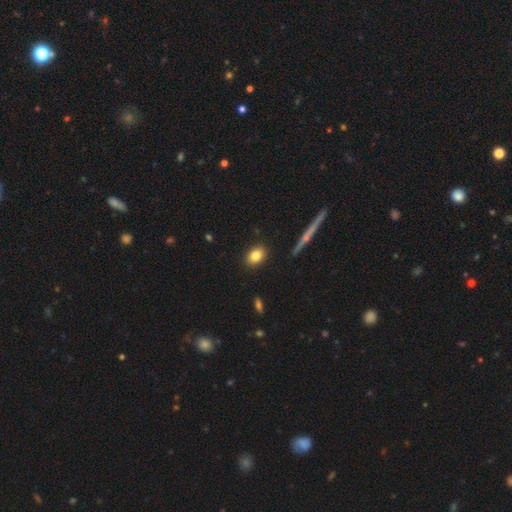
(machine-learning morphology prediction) Smooth or featured?
  - smooth: 82% *
  - featured or disk: 10%
  - star or artifact: 8%
How rounded?
  - in between: 68% *
  - round: 29%
  - cigar-shaped: 3%
Merging?
  - none: 89% *
  - minor disturbance: 8%
  - major disturbance: 2%
  - merger: 1%